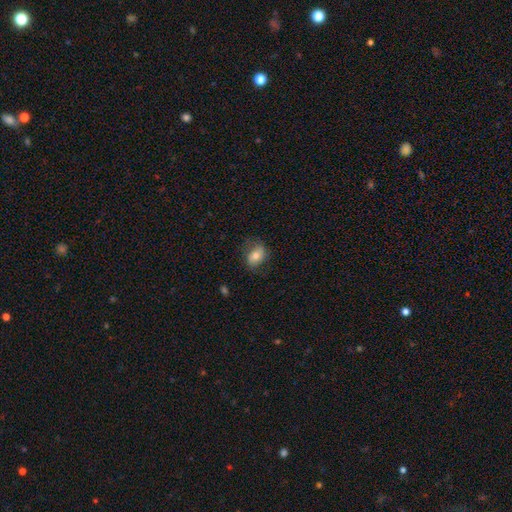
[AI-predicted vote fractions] smooth-or-featured: smooth: 62% | featured or disk: 29% | star or artifact: 9%
  how-rounded: in between: 68% | round: 30% | cigar-shaped: 1%
  merging: none: 68% | minor disturbance: 21% | major disturbance: 10% | merger: 1%